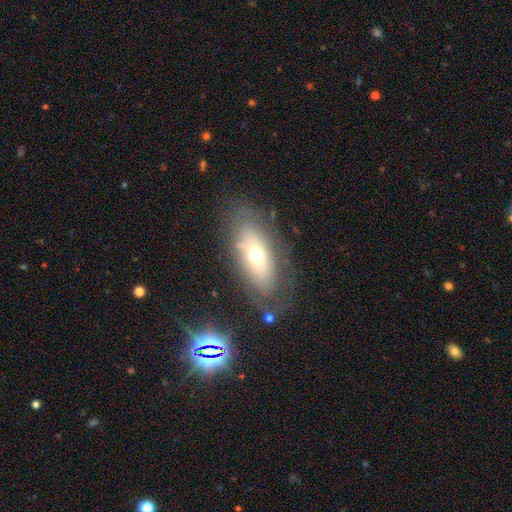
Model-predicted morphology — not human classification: smooth-or-featured: smooth: 46% | featured or disk: 43% | star or artifact: 11%
  merging: none: 68% | minor disturbance: 19% | major disturbance: 10% | merger: 3%